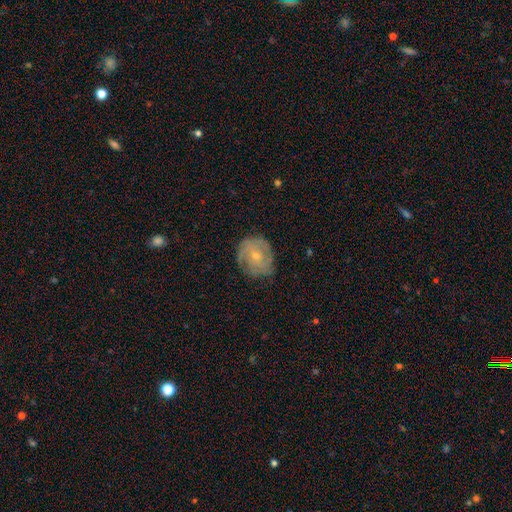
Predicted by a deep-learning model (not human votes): This appears to be a featured or disk galaxy (65%) with no bar (71%), tight (52%) spiral arms (83%) and a small central bulge (65%). Merging: none (72%).